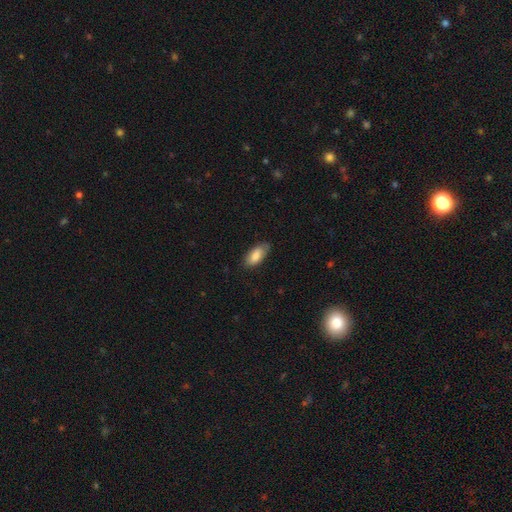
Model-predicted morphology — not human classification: type=smooth (85%); roundness=in between (89%); merging=none (77%).